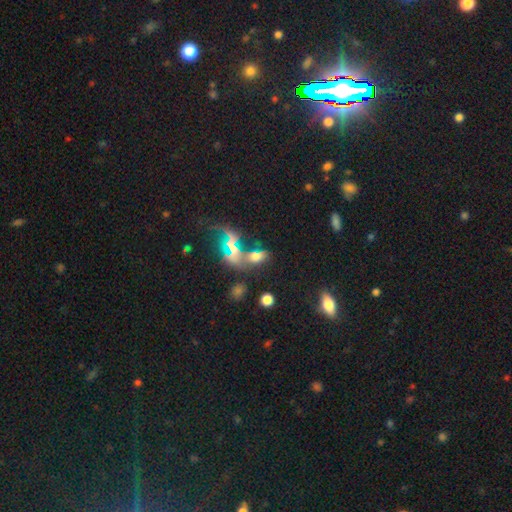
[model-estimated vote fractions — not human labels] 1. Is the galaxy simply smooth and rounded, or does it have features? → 51% smooth, 32% star or artifact, 17% featured or disk.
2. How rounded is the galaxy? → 80% in between, 13% round, 8% cigar-shaped.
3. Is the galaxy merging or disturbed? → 39% none, 35% merger, 13% minor disturbance, 13% major disturbance.